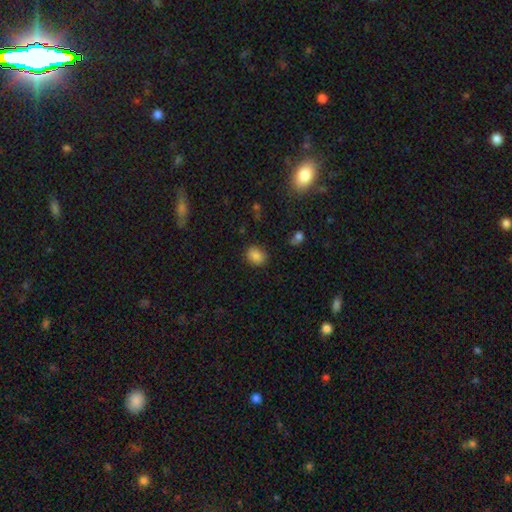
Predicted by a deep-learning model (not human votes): smooth_or_featured: smooth (p=0.85) [alt: star or artifact p=0.11]
how_rounded: in between (p=0.54) [alt: round p=0.45]
merging: none (p=0.84) [alt: minor disturbance p=0.11]